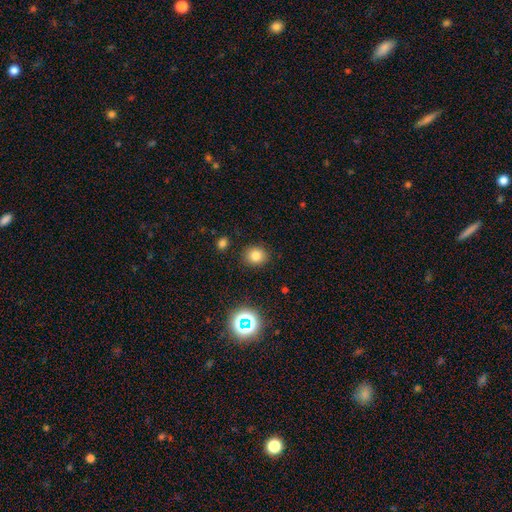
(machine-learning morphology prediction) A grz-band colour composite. It shows a smooth galaxy with no disk features (78%) that is round (73%). Merging: none (88%).